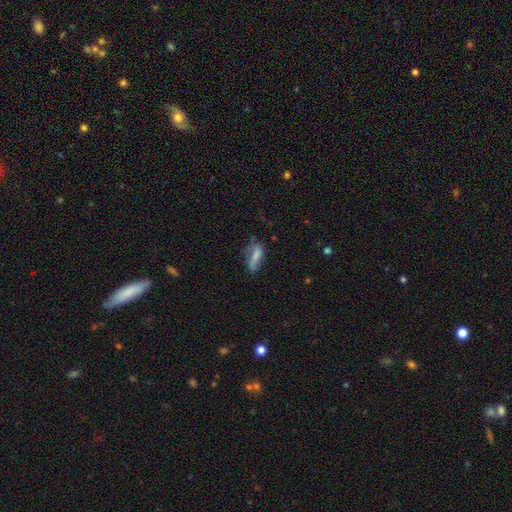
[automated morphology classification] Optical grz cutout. It shows a smooth galaxy with no disk features (65%) that is in between round and cigar-shaped (69%). Merging: none (41%).